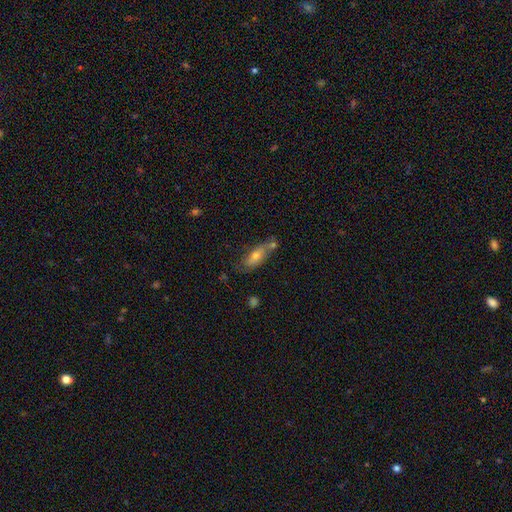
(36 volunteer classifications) smooth_or_featured: smooth (p=0.50) [alt: featured or disk p=0.47]
how_rounded: in between (p=0.72) [alt: cigar-shaped p=0.22]
merging: none (p=0.57) [alt: merger p=0.20]